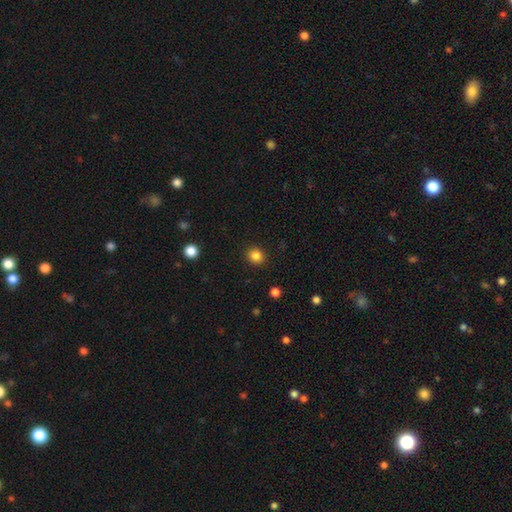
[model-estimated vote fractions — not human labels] This appears to be a smooth galaxy with no disk features (85%) that is round (77%). Merging: none (91%).